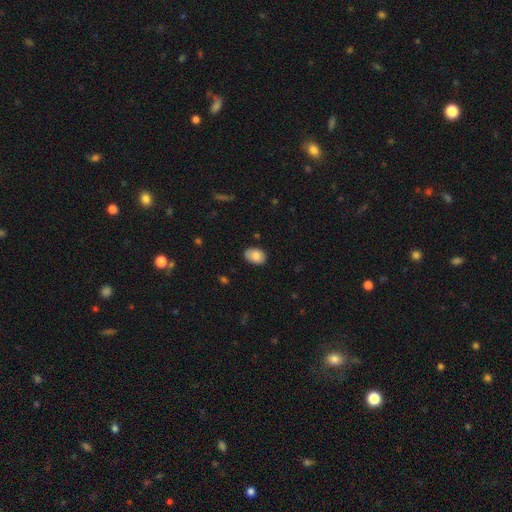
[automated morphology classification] smooth 80%, featured or disk 12%, star or artifact 7%. Down the decision tree: how rounded — in between (81%); merging — none (82%).